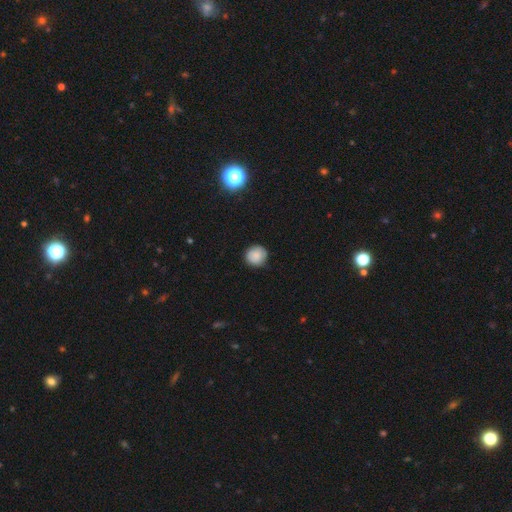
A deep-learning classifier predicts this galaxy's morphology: Smooth or featured?
  - smooth: 85% *
  - star or artifact: 9%
  - featured or disk: 6%
How rounded?
  - round: 94% *
  - in between: 5%
  - cigar-shaped: 1%
Merging?
  - none: 86% *
  - minor disturbance: 11%
  - major disturbance: 2%
  - merger: 1%